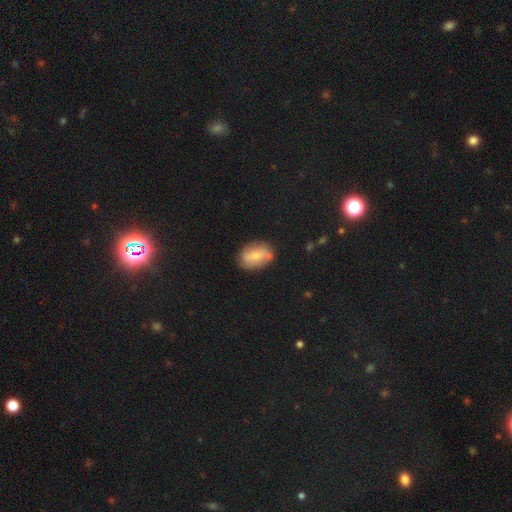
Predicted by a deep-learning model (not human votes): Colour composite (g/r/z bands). It shows a smooth galaxy with no disk features (56%) that is in between round and cigar-shaped (73%). Merging: none (71%).